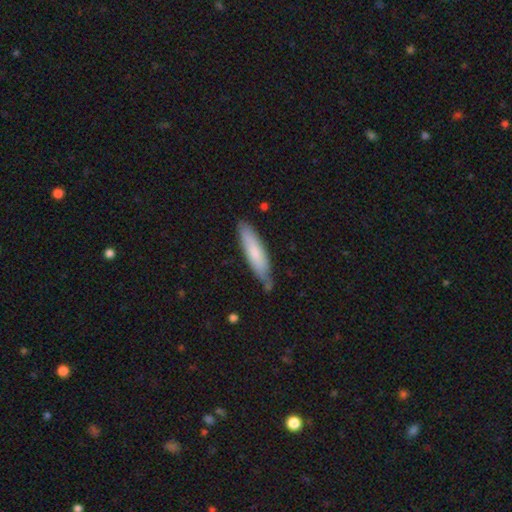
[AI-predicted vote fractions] smooth 75%, featured or disk 19%, star or artifact 5%. Down the decision tree: how rounded — cigar-shaped (72%); merging — none (71%).